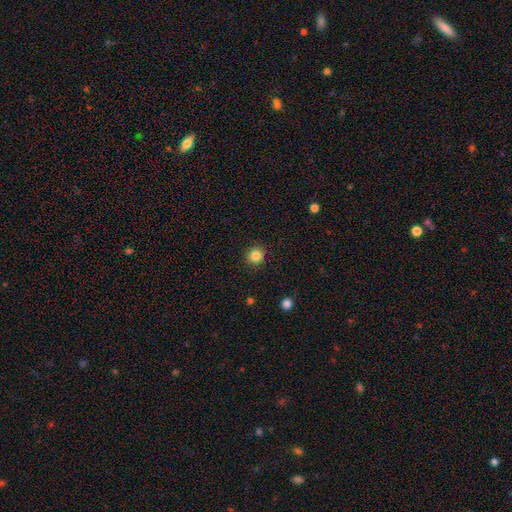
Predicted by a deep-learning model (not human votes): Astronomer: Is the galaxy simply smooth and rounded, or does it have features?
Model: smooth — 84%.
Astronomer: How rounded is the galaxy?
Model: round — 90%.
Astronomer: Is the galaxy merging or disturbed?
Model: none — 91%.